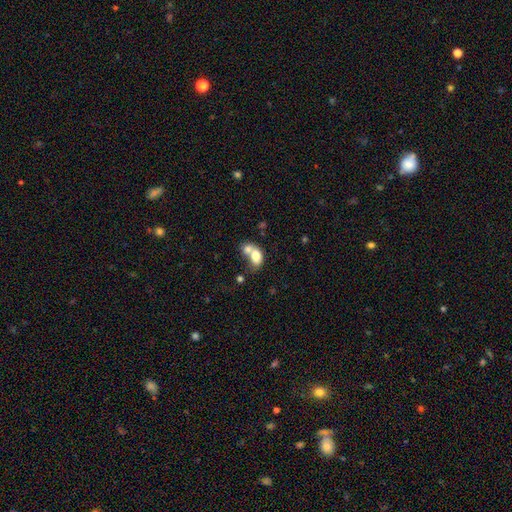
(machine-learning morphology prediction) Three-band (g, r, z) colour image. It shows a smooth galaxy with no disk features (72%) that is in between round and cigar-shaped (72%). Merging: merger (71%).